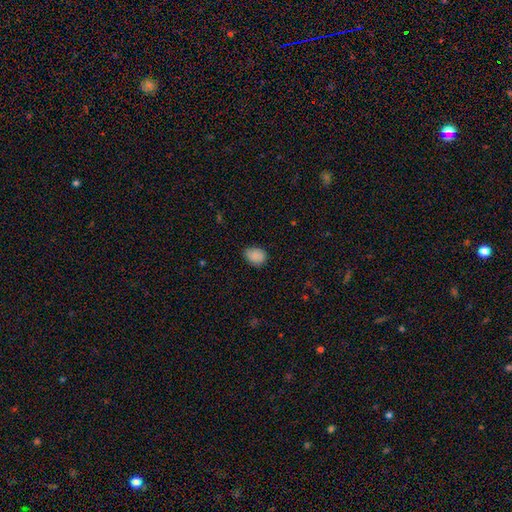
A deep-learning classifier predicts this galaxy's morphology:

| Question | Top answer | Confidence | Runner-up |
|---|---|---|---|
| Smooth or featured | smooth | 88% | star or artifact (8%) |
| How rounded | in between | 58% | round (41%) |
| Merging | none | 77% | minor disturbance (19%) |